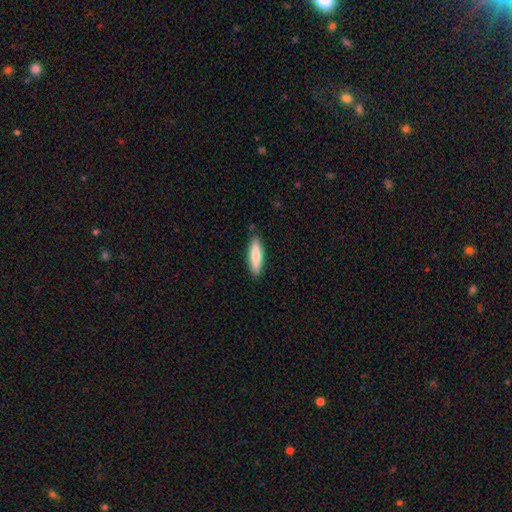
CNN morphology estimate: A smooth galaxy with no disk features (80%) that is cigar-shaped (64%). Merging: none (86%).